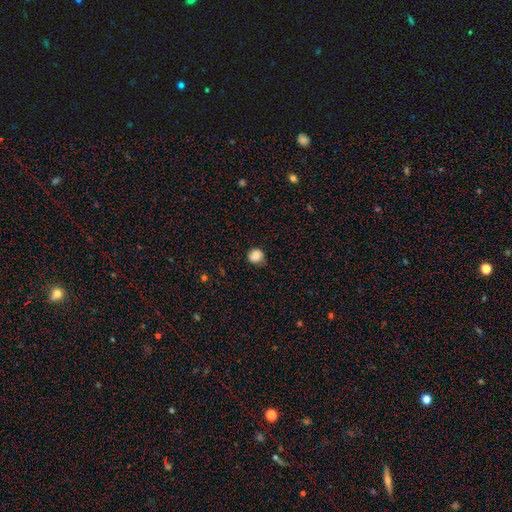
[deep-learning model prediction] Overall: smooth (85%). How rounded: round (86%). Merging: none (72%).